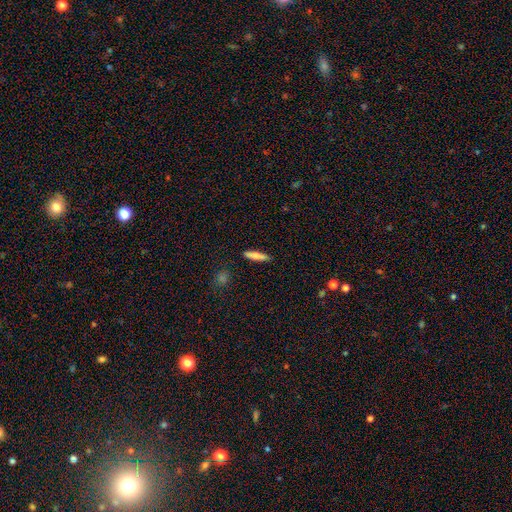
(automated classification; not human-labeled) smooth 71%, featured or disk 22%, star or artifact 7%. Down the decision tree: how rounded — cigar-shaped (77%); merging — none (89%).